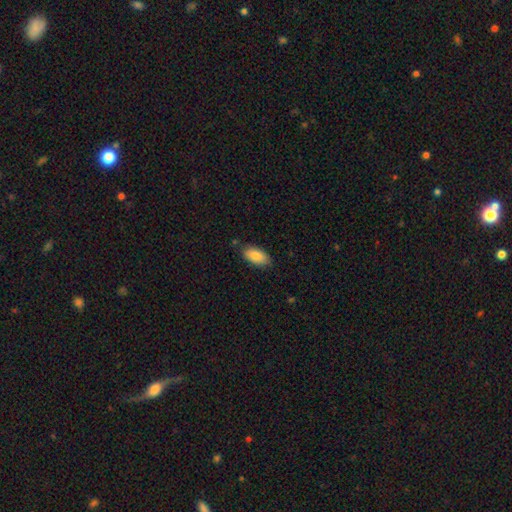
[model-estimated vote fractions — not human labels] Smooth or featured? Predicted: smooth (p=0.84). How rounded? Predicted: in between (p=0.92). Merging? Predicted: none (p=0.82).